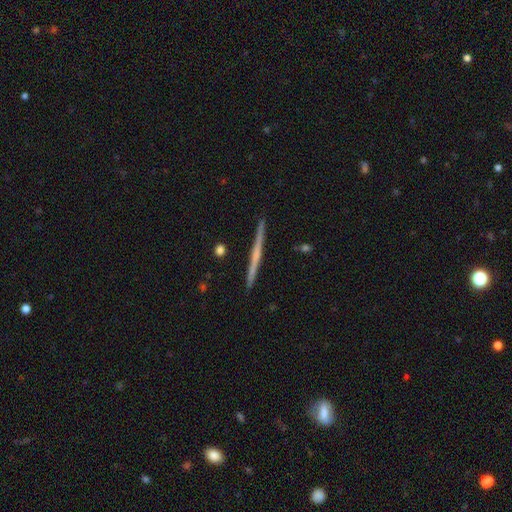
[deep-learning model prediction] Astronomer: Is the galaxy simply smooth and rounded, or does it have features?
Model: featured or disk — 67%.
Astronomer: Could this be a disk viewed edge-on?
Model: yes — 98%.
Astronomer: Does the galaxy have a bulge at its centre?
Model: none — 70%.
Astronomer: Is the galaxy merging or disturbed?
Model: none — 93%.